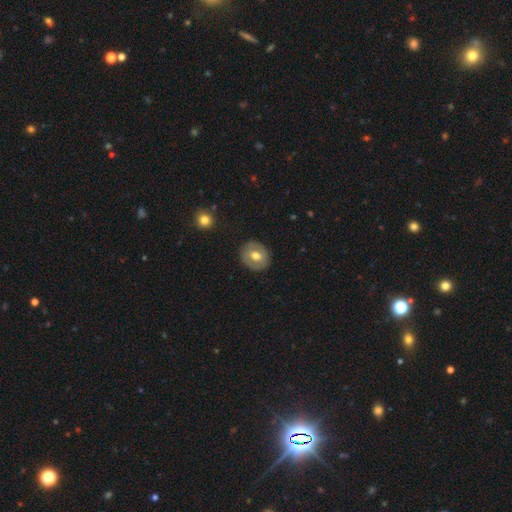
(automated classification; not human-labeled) The model was most divided on "smooth or featured": smooth: 59%, featured or disk: 35%, star or artifact: 7%. More confident: merging — none (87%); how rounded — round (71%).